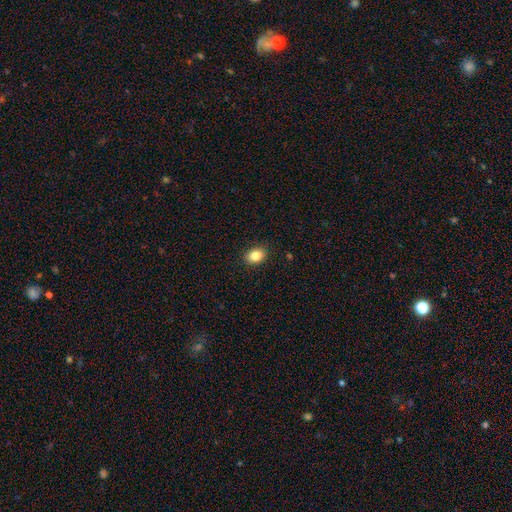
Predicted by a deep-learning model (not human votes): smooth_or_featured: smooth (p=0.84) [alt: star or artifact p=0.09]
how_rounded: in between (p=0.67) [alt: round p=0.32]
merging: none (p=0.90) [alt: minor disturbance p=0.07]